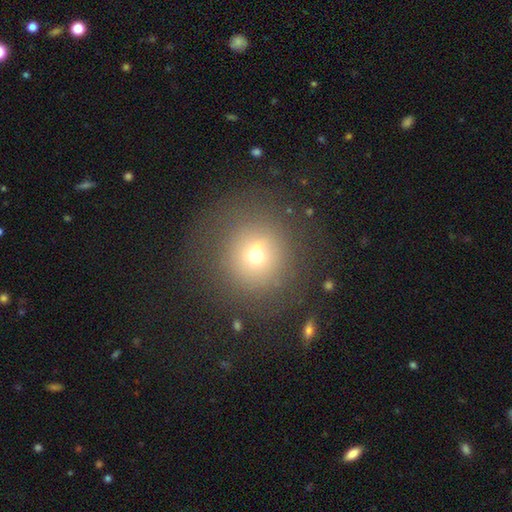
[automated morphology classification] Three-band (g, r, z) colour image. It shows a smooth galaxy with no disk features (63%) that is round (93%). Merging: none (73%).